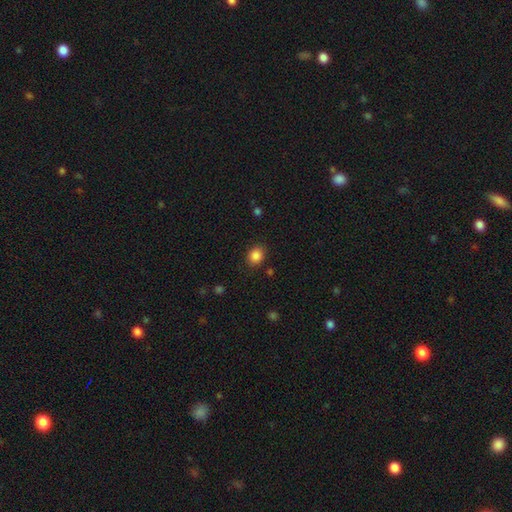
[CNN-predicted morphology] Smooth or featured? smooth (86%)
How rounded? round (56%)
Merging? none (84%)